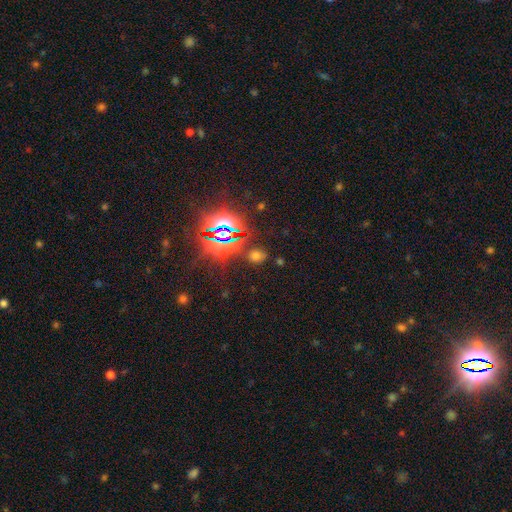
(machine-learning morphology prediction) smooth_or_featured: smooth (p=0.46) [tied with: star or artifact p=0.46]
merging: none (p=0.80) [alt: minor disturbance p=0.11]